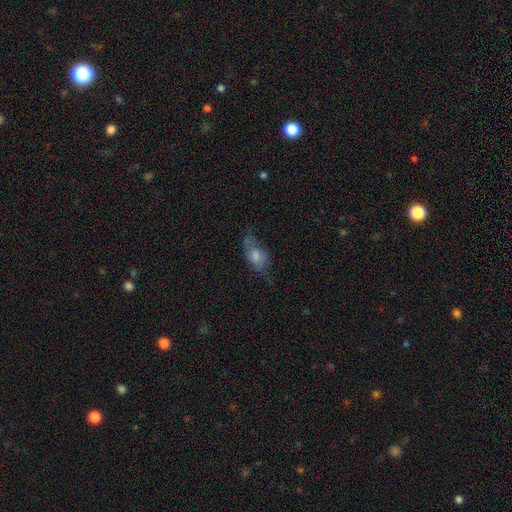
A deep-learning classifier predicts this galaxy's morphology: This is possibly a smooth galaxy (48%). Merging: possibly none (49%).